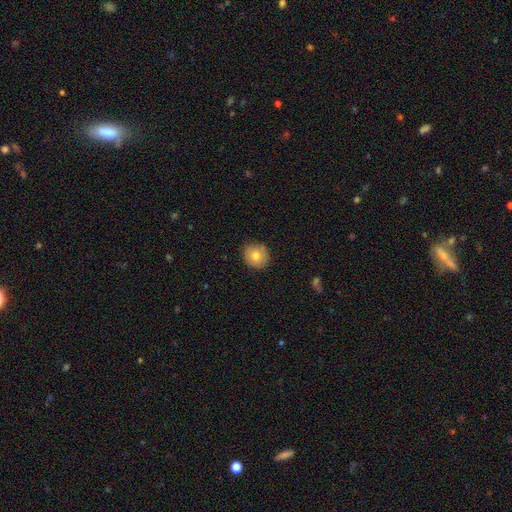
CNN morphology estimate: Smooth or featured: smooth — 76% (featured or disk — 15%)
How rounded: round — 85% (in between — 14%)
Merging: none — 86% (minor disturbance — 11%)